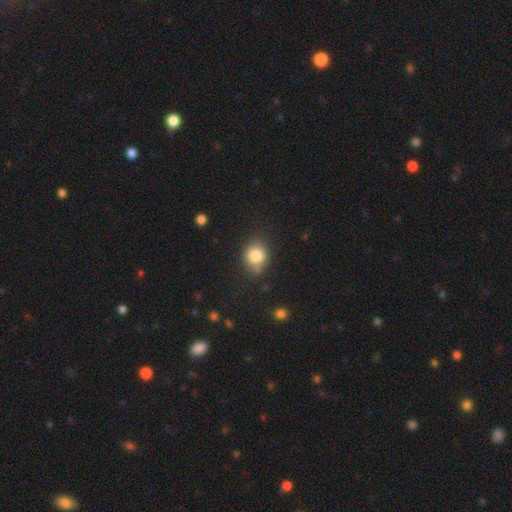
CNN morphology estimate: A smooth galaxy with no disk features (83%) that is round (70%). Merging: none (71%).